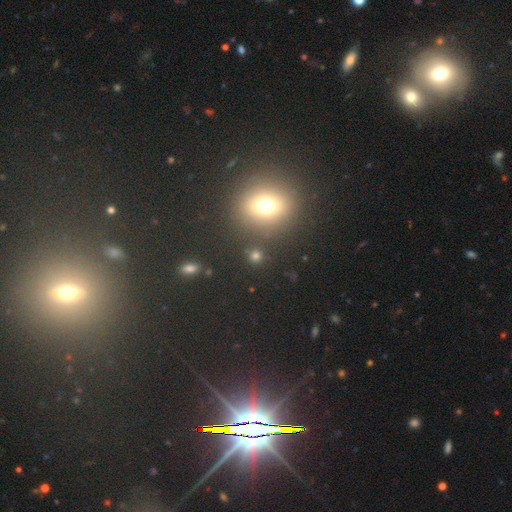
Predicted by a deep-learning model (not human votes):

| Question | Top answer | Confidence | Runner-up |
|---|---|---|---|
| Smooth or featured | smooth | 62% | star or artifact (29%) |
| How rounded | round | 81% | in between (17%) |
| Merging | none | 82% | minor disturbance (8%) |